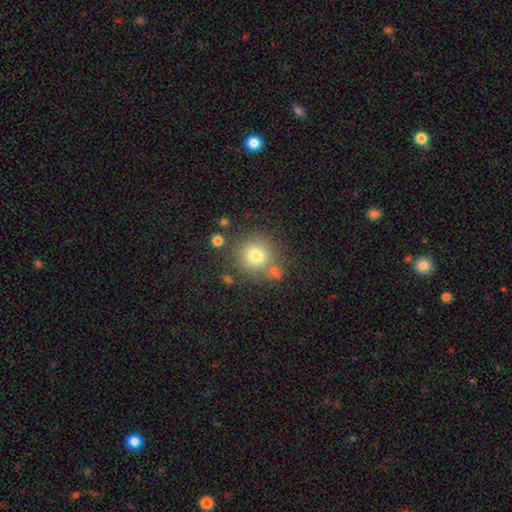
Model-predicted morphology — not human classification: A smooth galaxy with no disk features (77%) that is round (92%). Merging: none (74%).